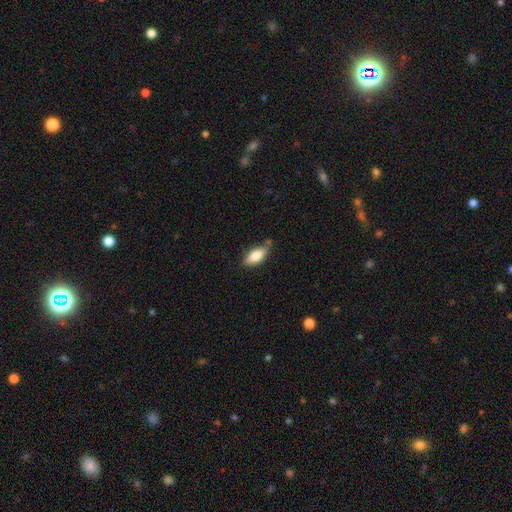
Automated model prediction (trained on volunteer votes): This appears to be a smooth galaxy with no disk features (74%) that is in between round and cigar-shaped (80%). Merging: none (72%).